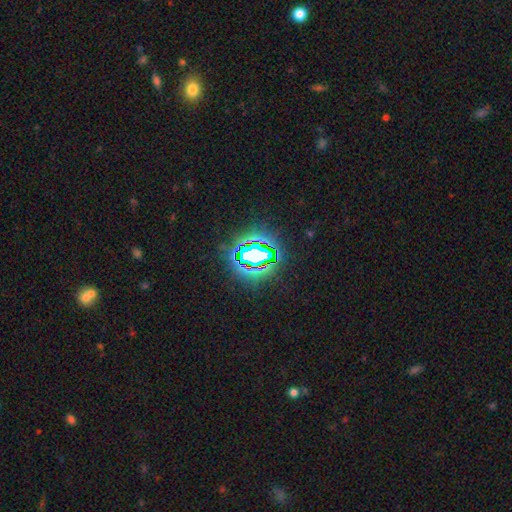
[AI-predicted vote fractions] A star or artifact, not a galaxy (73%).

Vote fractions:
- Smooth or featured? star or artifact: 73% / smooth: 16% / featured or disk: 11%